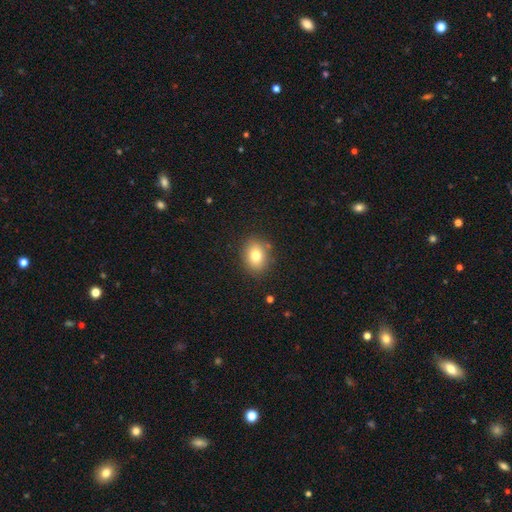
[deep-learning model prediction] Overall: smooth (79%). How rounded: round (51%; in between 49%). Merging: none (85%).